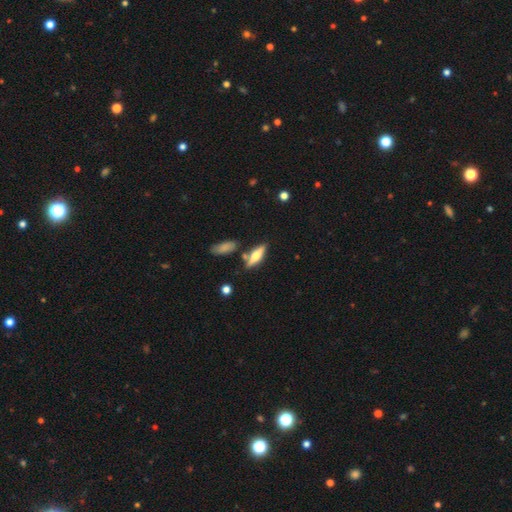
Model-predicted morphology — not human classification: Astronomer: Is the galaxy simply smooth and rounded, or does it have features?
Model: smooth — 49% (runner-up: featured or disk, 44%).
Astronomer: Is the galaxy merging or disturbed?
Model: none — 73%.